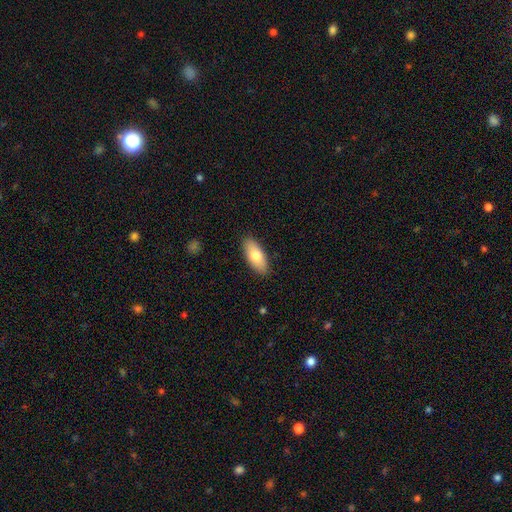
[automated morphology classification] The model was most divided on "smooth or featured": smooth: 75%, featured or disk: 19%, star or artifact: 6%. More confident: merging — none (88%); how rounded — in between (85%).